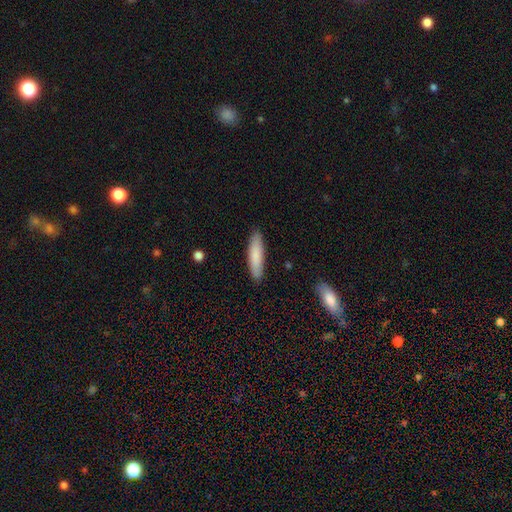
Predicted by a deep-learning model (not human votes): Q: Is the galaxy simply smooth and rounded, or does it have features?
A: smooth — 83%.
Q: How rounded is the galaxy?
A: cigar-shaped — 75%.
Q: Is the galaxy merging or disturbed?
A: none — 89%.